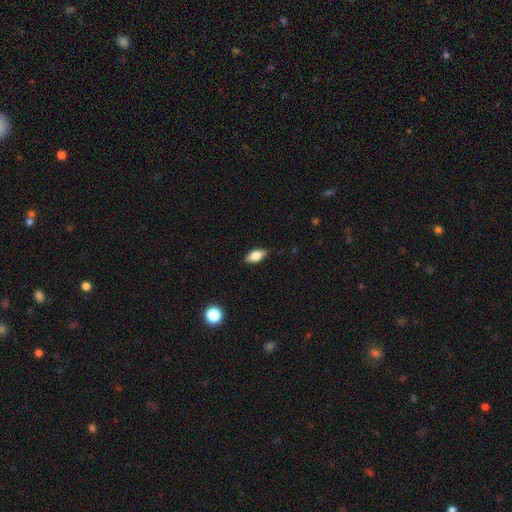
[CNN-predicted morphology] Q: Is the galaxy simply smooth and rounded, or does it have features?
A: smooth — 66%.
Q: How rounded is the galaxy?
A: in between — 83%.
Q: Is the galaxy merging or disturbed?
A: none — 85%.